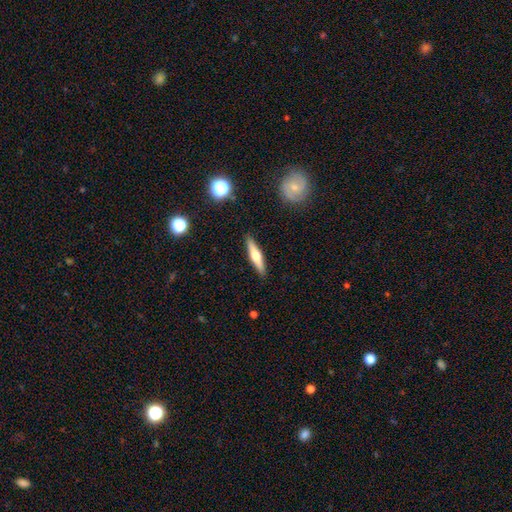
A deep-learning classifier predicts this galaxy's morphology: The model was most divided on "smooth or featured": featured or disk: 50%, smooth: 44%, star or artifact: 6%. More confident: edge-on disk — yes (94%); merging — none (90%).